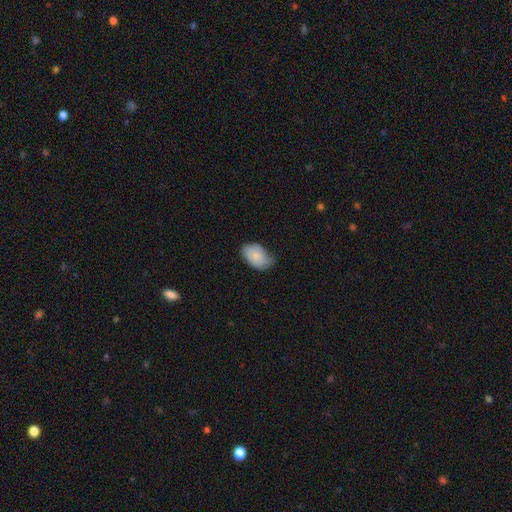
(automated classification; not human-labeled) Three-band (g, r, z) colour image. It shows a smooth galaxy with no disk features (80%) that is in between round and cigar-shaped (90%). Merging: none (51%).